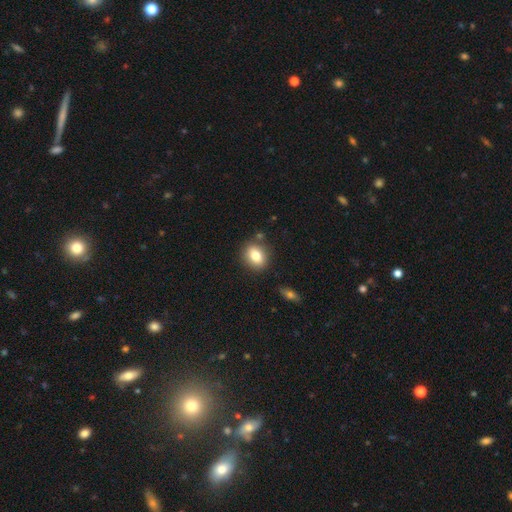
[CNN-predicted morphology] smooth-or-featured: smooth: 79% | featured or disk: 12% | star or artifact: 9%
  how-rounded: in between: 57% | round: 41% | cigar-shaped: 2%
  merging: none: 82% | minor disturbance: 11% | merger: 5% | major disturbance: 3%